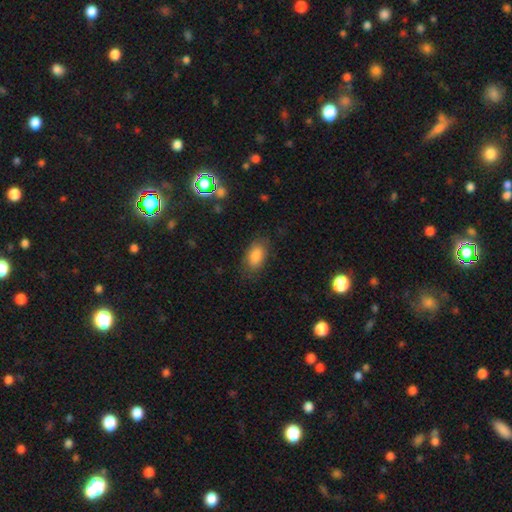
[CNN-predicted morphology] Smooth or featured? smooth (84%)
How rounded? in between (92%)
Merging? none (78%)